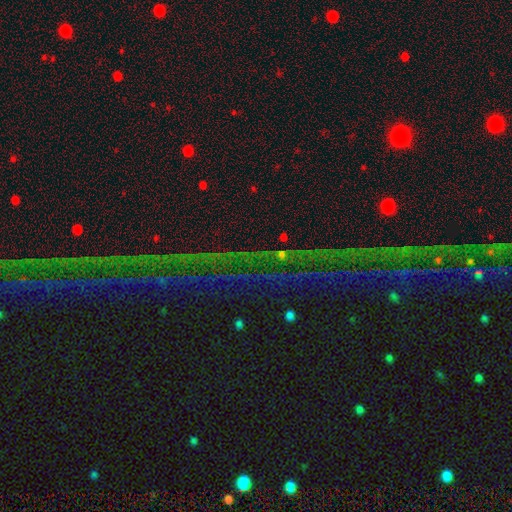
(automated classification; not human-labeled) Morphology: type=star or artifact (85%).